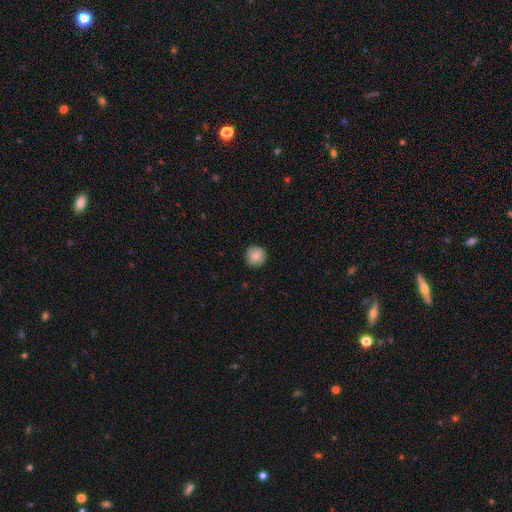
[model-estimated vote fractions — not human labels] This appears to be a smooth galaxy with no disk features (84%) that is round (95%). Merging: none (90%).